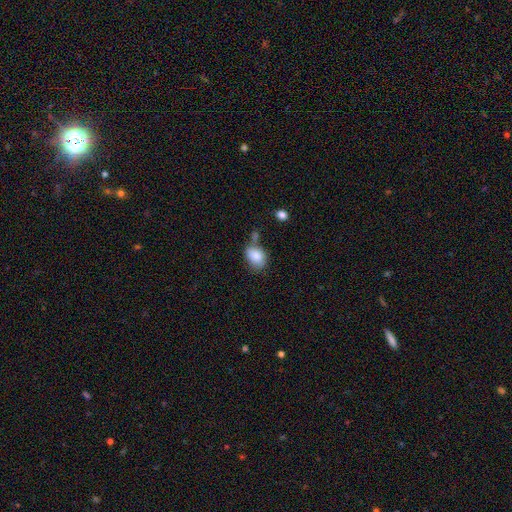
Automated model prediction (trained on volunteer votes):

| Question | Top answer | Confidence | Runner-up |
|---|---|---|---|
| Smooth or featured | smooth | 83% | featured or disk (9%) |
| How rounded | in between | 74% | round (25%) |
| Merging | none | 45% | minor disturbance (28%) |